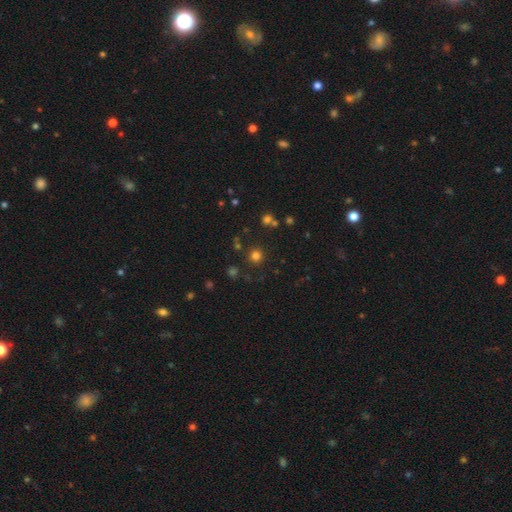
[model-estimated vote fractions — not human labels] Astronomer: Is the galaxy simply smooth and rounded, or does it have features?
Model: smooth — 75%.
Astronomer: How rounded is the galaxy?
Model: round — 94%.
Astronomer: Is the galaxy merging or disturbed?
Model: none — 86%.